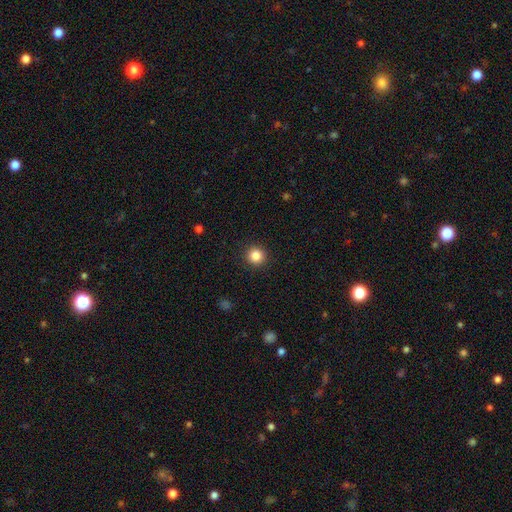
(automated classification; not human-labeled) This appears to be a smooth galaxy with no disk features (85%) that is round (95%). Merging: none (92%).